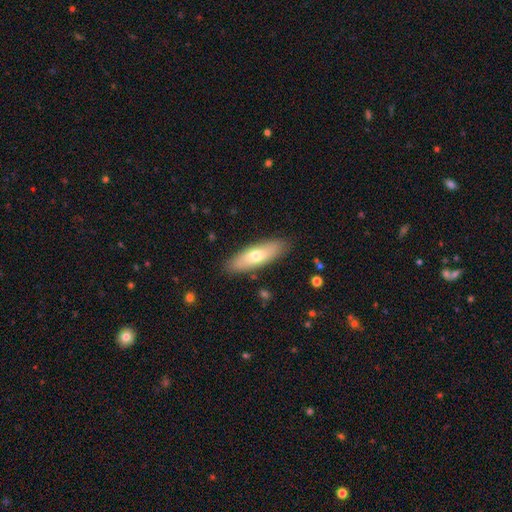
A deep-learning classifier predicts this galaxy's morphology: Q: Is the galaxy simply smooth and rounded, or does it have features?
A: smooth — 66%.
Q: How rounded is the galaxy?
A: in between — 54%.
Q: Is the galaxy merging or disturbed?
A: none — 86%.